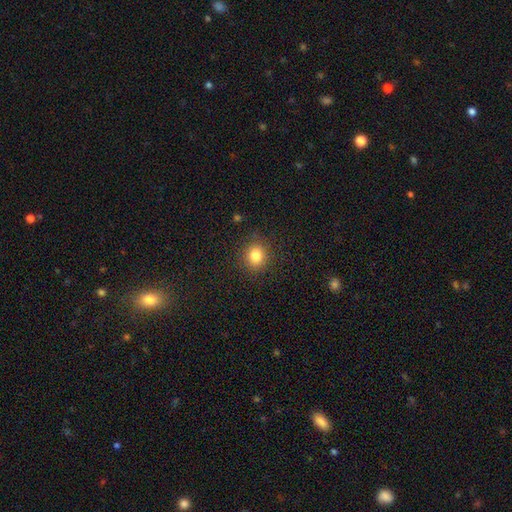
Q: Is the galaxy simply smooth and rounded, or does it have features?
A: smooth — 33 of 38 (87%).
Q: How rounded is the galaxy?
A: round — 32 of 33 (97%).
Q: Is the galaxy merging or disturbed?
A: none — 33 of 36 (92%).